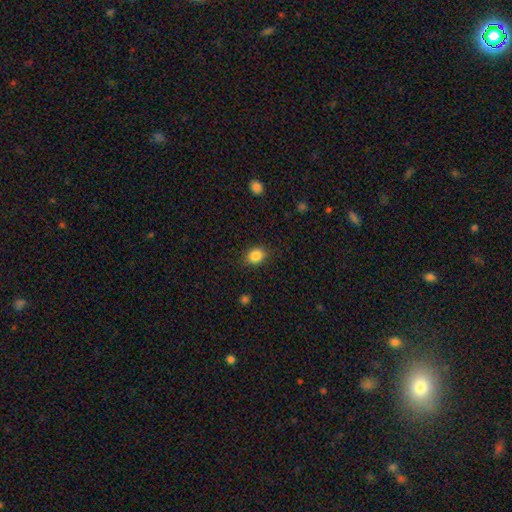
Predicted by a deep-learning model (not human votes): smooth-or-featured: smooth: 86% | star or artifact: 10% | featured or disk: 5%
  how-rounded: round: 61% | in between: 38% | cigar-shaped: 1%
  merging: none: 87% | minor disturbance: 10% | major disturbance: 3% | merger: 1%